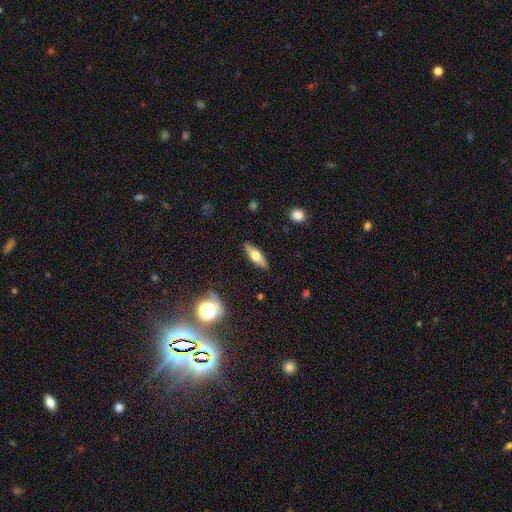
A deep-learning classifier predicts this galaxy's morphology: Smooth or featured?
  - smooth: 51% *
  - featured or disk: 41%
  - star or artifact: 8%
How rounded?
  - cigar-shaped: 49% *
  - in between: 47%
  - round: 3%
Merging?
  - none: 87% *
  - minor disturbance: 9%
  - major disturbance: 2%
  - merger: 1%